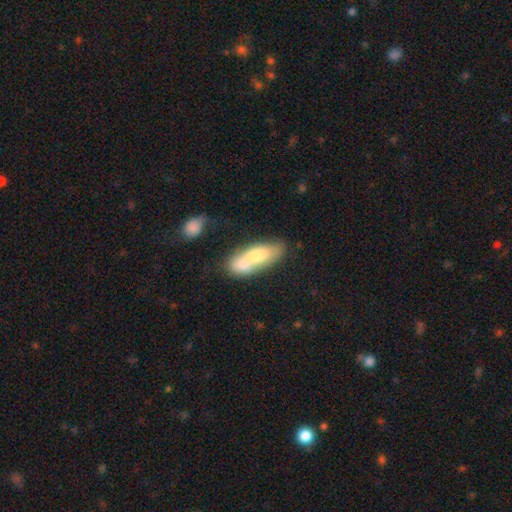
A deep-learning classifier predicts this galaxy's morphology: smooth-or-featured: smooth: 65% | featured or disk: 28% | star or artifact: 7%
  how-rounded: in between: 75% | cigar-shaped: 20% | round: 5%
  merging: merger: 61% | none: 23% | minor disturbance: 11% | major disturbance: 6%